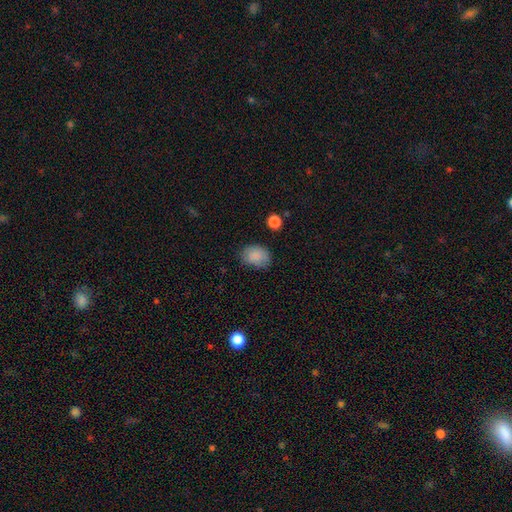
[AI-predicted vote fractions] smooth-or-featured: smooth: 86% | star or artifact: 8% | featured or disk: 5%
  how-rounded: in between: 66% | round: 34% | cigar-shaped: 1%
  merging: none: 72% | minor disturbance: 21% | major disturbance: 5% | merger: 2%